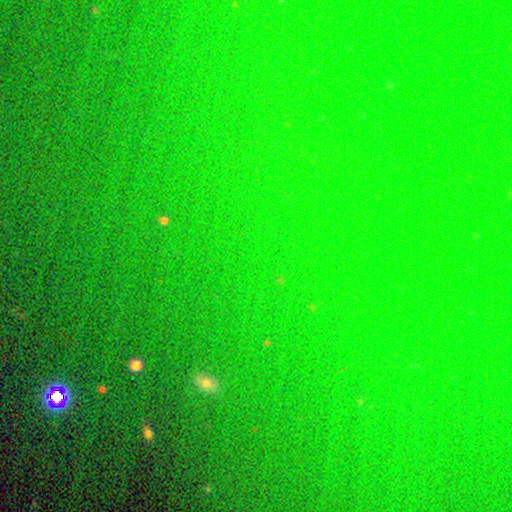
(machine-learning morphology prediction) smooth_or_featured: star or artifact (p=0.78) [alt: smooth p=0.14]